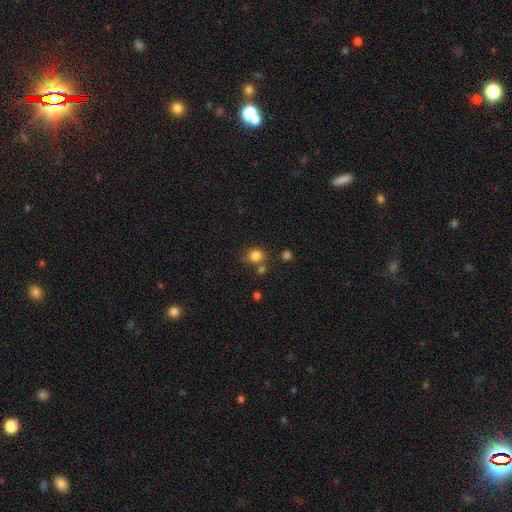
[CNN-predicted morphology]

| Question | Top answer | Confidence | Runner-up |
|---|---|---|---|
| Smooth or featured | smooth | 83% | star or artifact (12%) |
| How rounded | round | 73% | in between (26%) |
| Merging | none | 66% | minor disturbance (15%) |